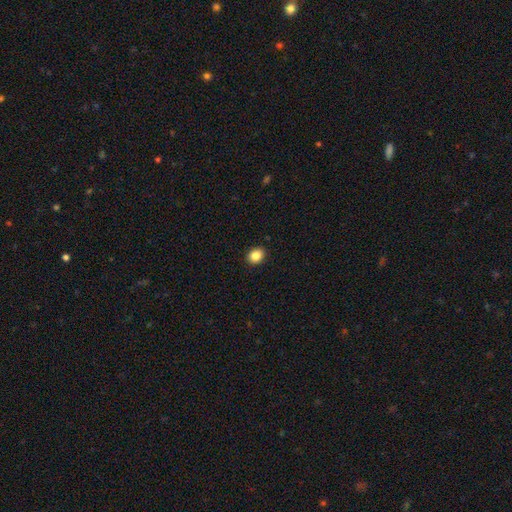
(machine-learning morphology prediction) Smooth or featured? Predicted: smooth (p=0.86). How rounded? Predicted: round (p=0.50). Merging? Predicted: none (p=0.91).